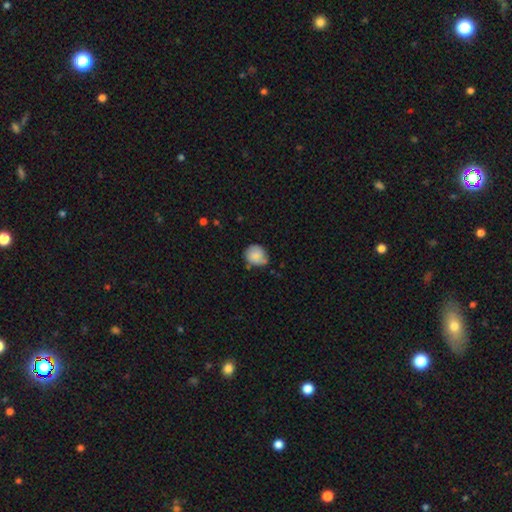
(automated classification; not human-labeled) This appears to be a smooth galaxy with no disk features (77%) that is round (79%). Merging: none (57%).